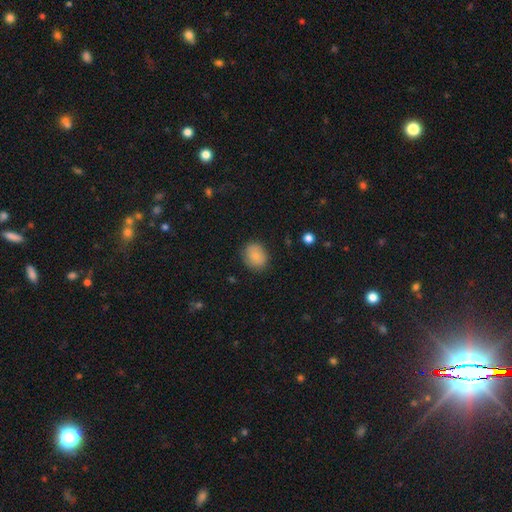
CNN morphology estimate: This appears to be a smooth galaxy with no disk features (83%) that is round (56%). Merging: none (81%).